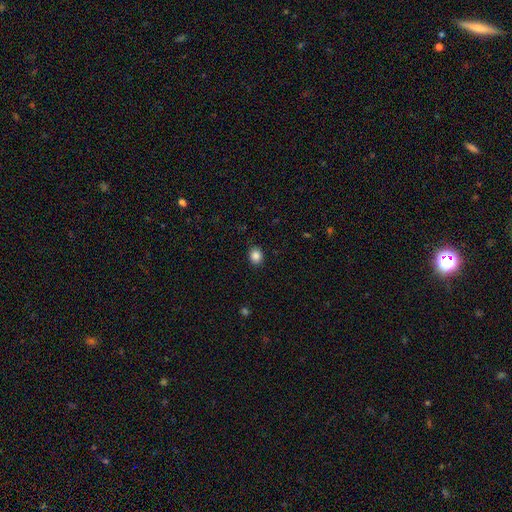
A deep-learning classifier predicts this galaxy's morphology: Overall: smooth (86%). How rounded: round (68%; in between 32%). Merging: none (89%).